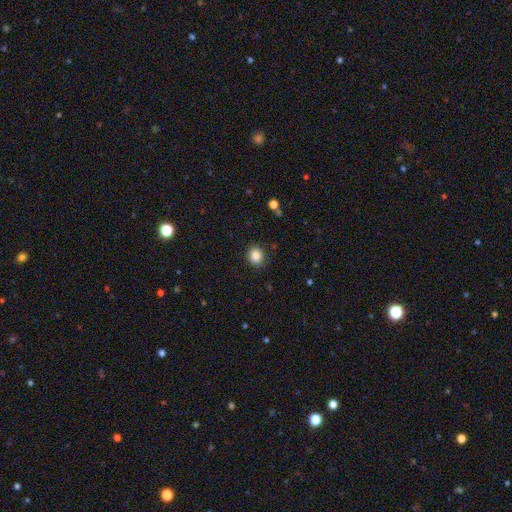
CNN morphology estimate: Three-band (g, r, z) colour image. It shows a smooth galaxy with no disk features (85%) that is round (75%). Merging: none (88%).